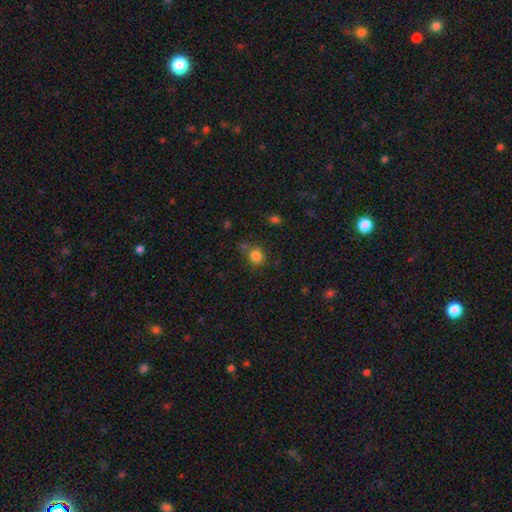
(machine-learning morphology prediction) smooth_or_featured: smooth (p=0.83) [alt: star or artifact p=0.12]
how_rounded: round (p=0.77) [alt: in between p=0.22]
merging: none (p=0.69) [alt: minor disturbance p=0.14]